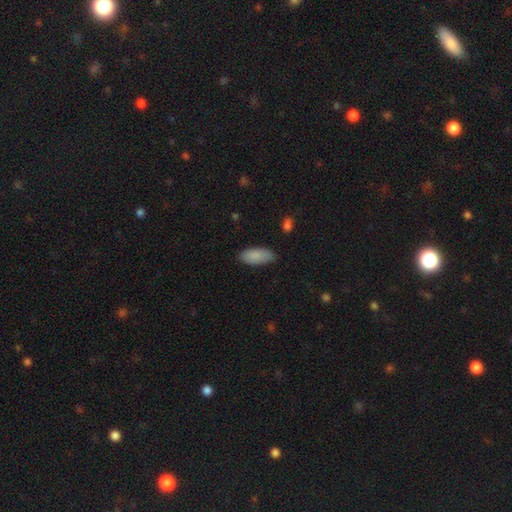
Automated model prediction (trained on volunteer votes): Smooth or featured?
  - smooth: 89% *
  - star or artifact: 6%
  - featured or disk: 5%
How rounded?
  - in between: 86% *
  - cigar-shaped: 12%
  - round: 2%
Merging?
  - none: 83% *
  - minor disturbance: 13%
  - major disturbance: 2%
  - merger: 1%